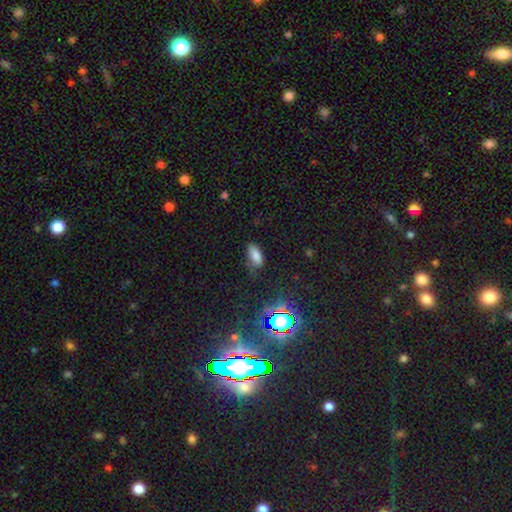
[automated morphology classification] smooth-or-featured: smooth: 77% | star or artifact: 16% | featured or disk: 8%
  how-rounded: in between: 87% | cigar-shaped: 10% | round: 4%
  merging: none: 63% | minor disturbance: 26% | major disturbance: 8% | merger: 2%